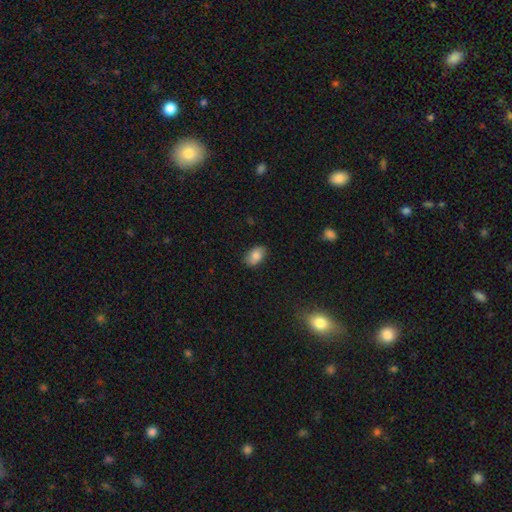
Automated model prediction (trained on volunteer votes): This is clearly a smooth galaxy (81%). How rounded: clearly in between (90%). Merging: clearly none (83%).